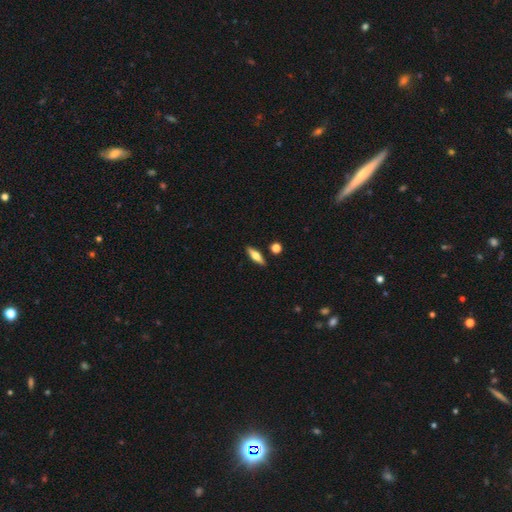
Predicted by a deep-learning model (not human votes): This appears to be a smooth galaxy with no disk features (50%). Merging: none (87%).